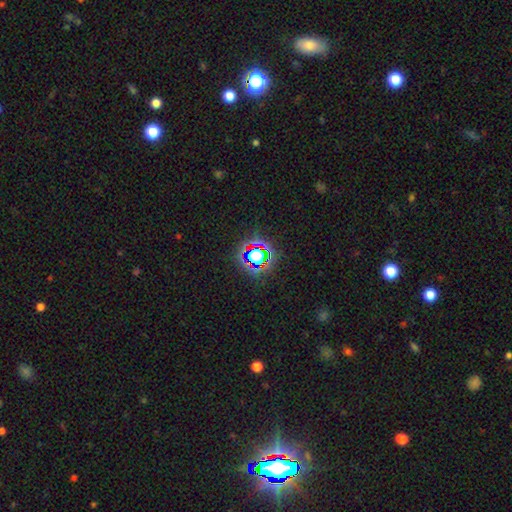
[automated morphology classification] A star or artifact, not a galaxy (65%).